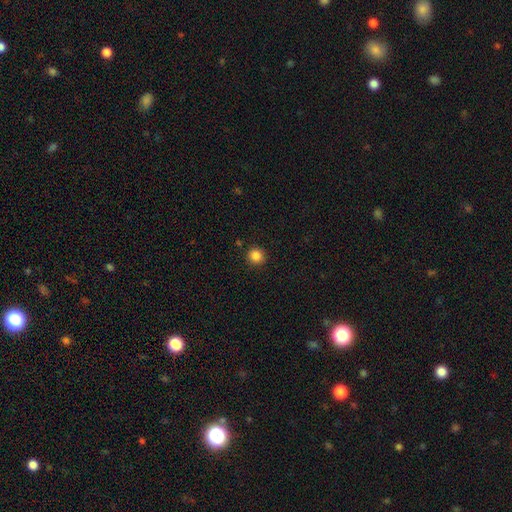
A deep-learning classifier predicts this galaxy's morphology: Smooth or featured?
  - smooth: 85% *
  - star or artifact: 11%
  - featured or disk: 3%
How rounded?
  - round: 94% *
  - in between: 5%
  - cigar-shaped: 1%
Merging?
  - none: 91% *
  - minor disturbance: 6%
  - major disturbance: 2%
  - merger: 1%